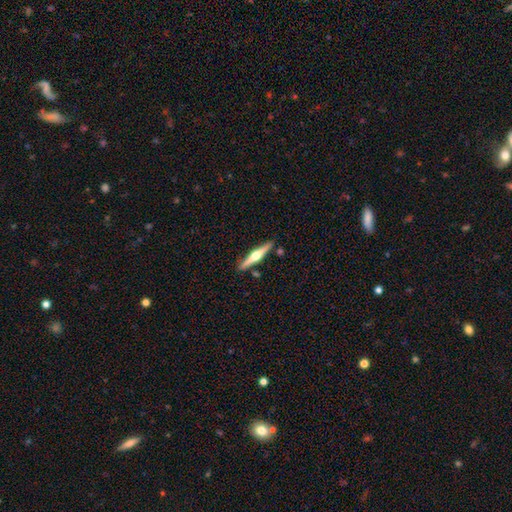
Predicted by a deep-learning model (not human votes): Morphology: type=featured or disk (69%); edge-on=yes (98%); edge-on bulge=rounded (94%); merging=none (87%).